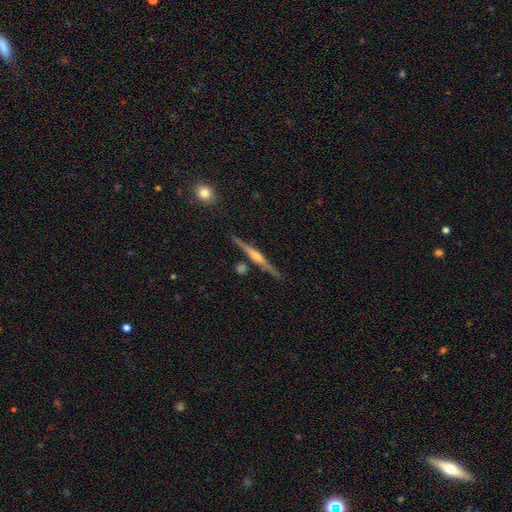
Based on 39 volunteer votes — A featured or disk galaxy (74%) viewed edge-on (100%) with a rounded central bulge (69%). Merging: none (94%).